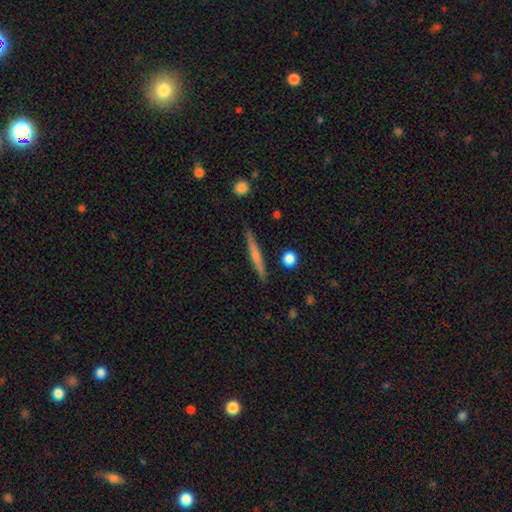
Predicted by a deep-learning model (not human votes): smooth 51%, featured or disk 43%, star or artifact 6%. Down the decision tree: how rounded — cigar-shaped (94%); merging — none (89%).